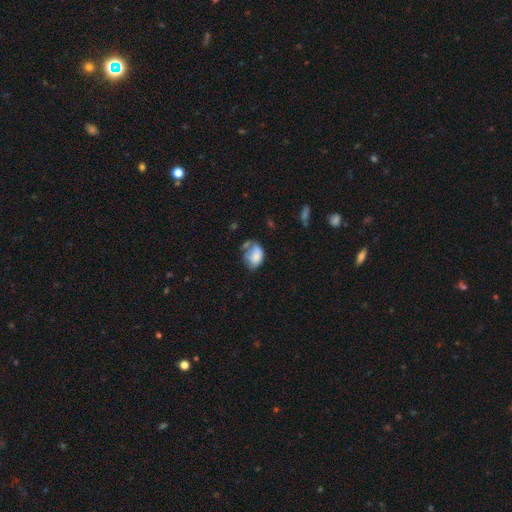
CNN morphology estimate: Smooth or featured: smooth — 73% (featured or disk — 19%)
How rounded: in between — 80% (round — 19%)
Merging: none — 31% (minor disturbance — 29%)